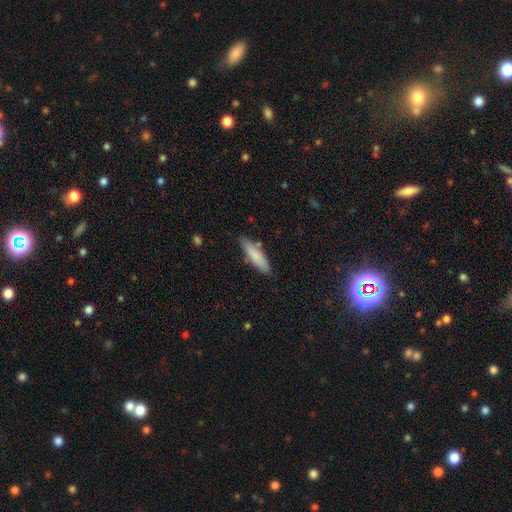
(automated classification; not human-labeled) Morphology: type=smooth (81%); roundness=cigar-shaped (65%); merging=none (80%).